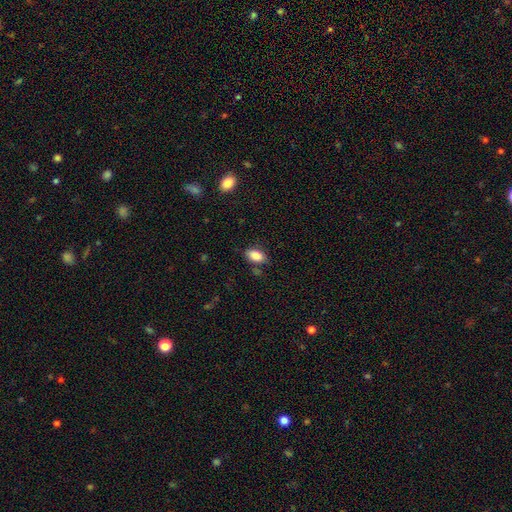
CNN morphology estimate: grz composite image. It shows a smooth galaxy with no disk features (87%) that is in between round and cigar-shaped (91%). Merging: none (76%).